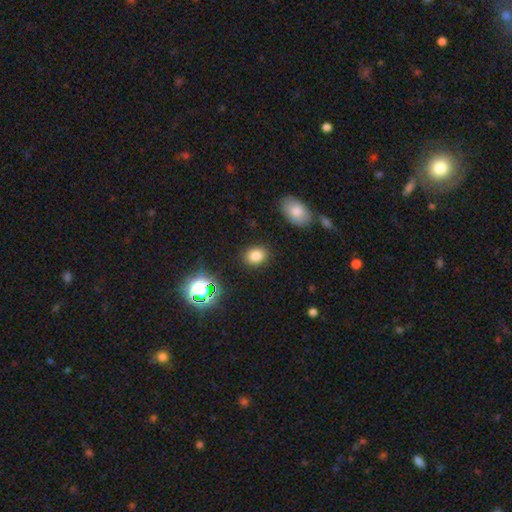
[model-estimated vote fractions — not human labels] This appears to be a smooth galaxy with no disk features (80%) that is in between round and cigar-shaped (53%). Merging: none (87%).